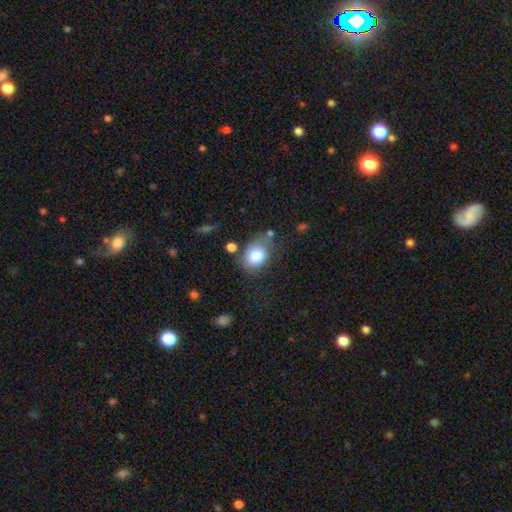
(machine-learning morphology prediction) This is likely a smooth galaxy (80%). How rounded: likely in between (61%). Merging: possibly none (55%).